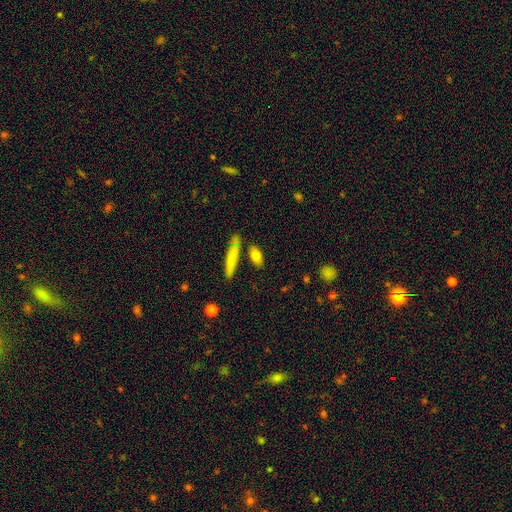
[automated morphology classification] smooth 77%, featured or disk 16%, star or artifact 7%. Down the decision tree: how rounded — in between (52%); merging — none (75%).